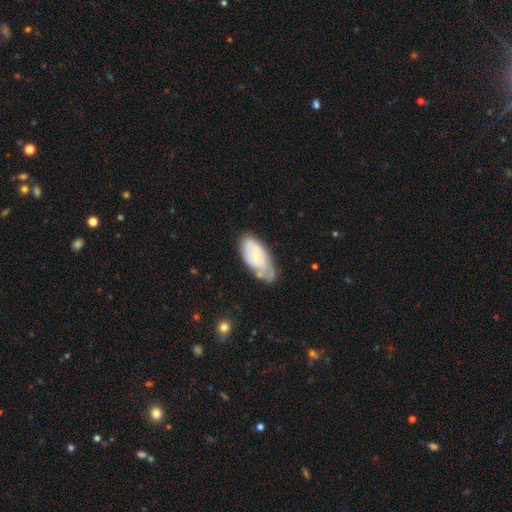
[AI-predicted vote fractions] The model was most divided on "smooth or featured": featured or disk: 50%, smooth: 44%, star or artifact: 6%. Remaining: merging — none (47%).